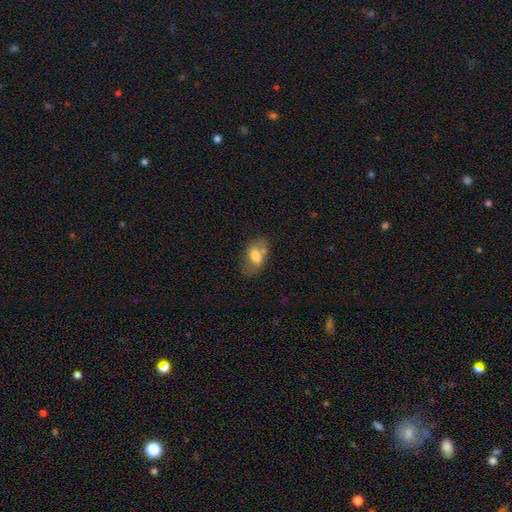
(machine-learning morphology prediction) smooth_or_featured: smooth (p=0.64) [alt: featured or disk p=0.28]
how_rounded: in between (p=0.87) [alt: round p=0.10]
merging: none (p=0.50) [alt: minor disturbance p=0.25]